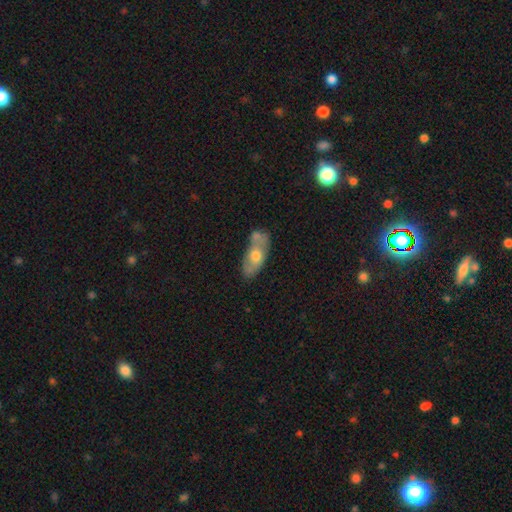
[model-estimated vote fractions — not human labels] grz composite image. It shows a smooth galaxy with no disk features (52%) that is in between round and cigar-shaped (81%). Merging: none (49%).